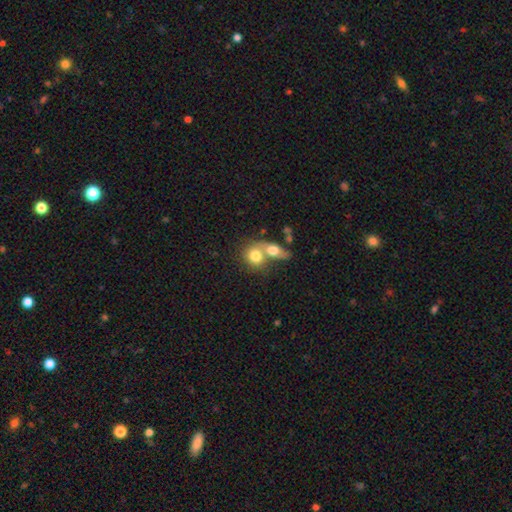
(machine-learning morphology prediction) Smooth or featured? smooth (75%)
How rounded? round (58%)
Merging? merger (67%)